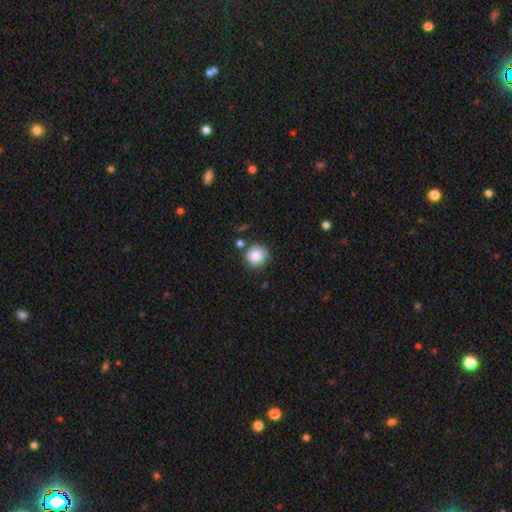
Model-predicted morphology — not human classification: Smooth or featured? Predicted: smooth (p=0.87). How rounded? Predicted: round (p=0.91). Merging? Predicted: none (p=0.82).